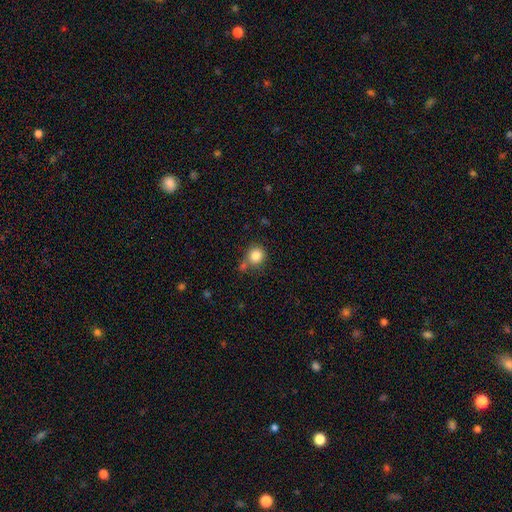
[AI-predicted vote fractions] smooth-or-featured: smooth: 84% | star or artifact: 10% | featured or disk: 5%
  how-rounded: round: 87% | in between: 12% | cigar-shaped: 1%
  merging: none: 65% | merger: 16% | minor disturbance: 14% | major disturbance: 5%